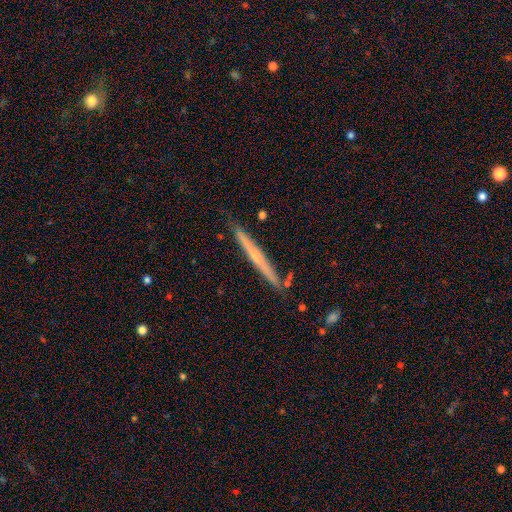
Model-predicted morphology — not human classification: Overall: featured or disk (55%; smooth 38%). Edge-on disk: yes (97%). Edge-on bulge: none (68%). Merging: none (86%).